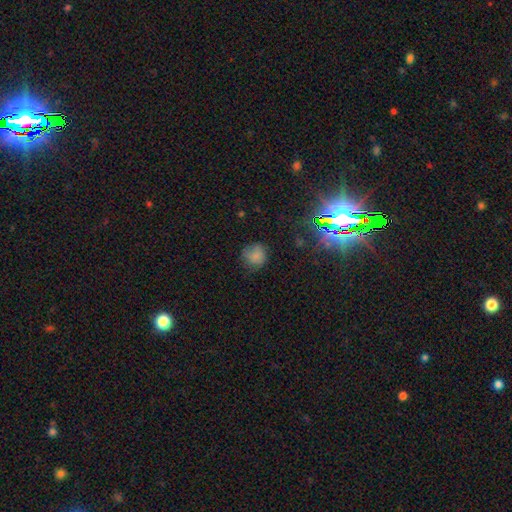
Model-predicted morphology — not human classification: A smooth galaxy with no disk features (73%) that is round (84%). Merging: none (65%).